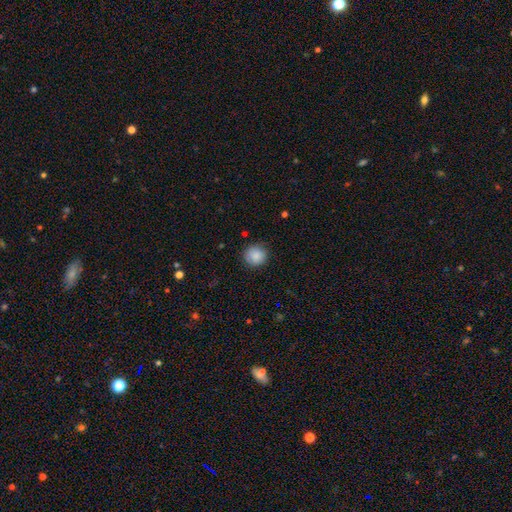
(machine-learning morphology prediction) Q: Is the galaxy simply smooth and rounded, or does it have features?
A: smooth — 88%.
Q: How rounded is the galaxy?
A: round — 92%.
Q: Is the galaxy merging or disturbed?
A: none — 87%.